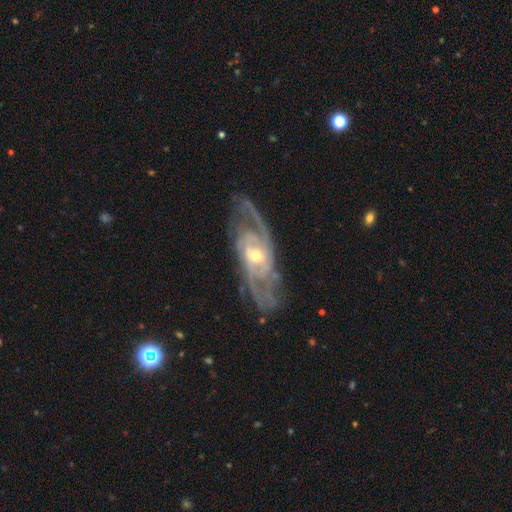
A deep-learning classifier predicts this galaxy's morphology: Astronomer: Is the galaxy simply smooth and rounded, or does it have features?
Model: featured or disk — 91%.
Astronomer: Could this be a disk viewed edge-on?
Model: no — 92%.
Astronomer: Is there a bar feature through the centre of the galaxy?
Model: no — 53% (runner-up: weak, 34%).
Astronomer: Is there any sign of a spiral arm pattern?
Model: yes — 97%.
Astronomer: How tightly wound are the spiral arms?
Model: tight — 52% (runner-up: medium, 39%).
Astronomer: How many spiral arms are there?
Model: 2 — 37% (runner-up: 3, 23%).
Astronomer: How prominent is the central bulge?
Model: moderate — 51% (runner-up: small, 45%).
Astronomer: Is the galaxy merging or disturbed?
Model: none — 74%.